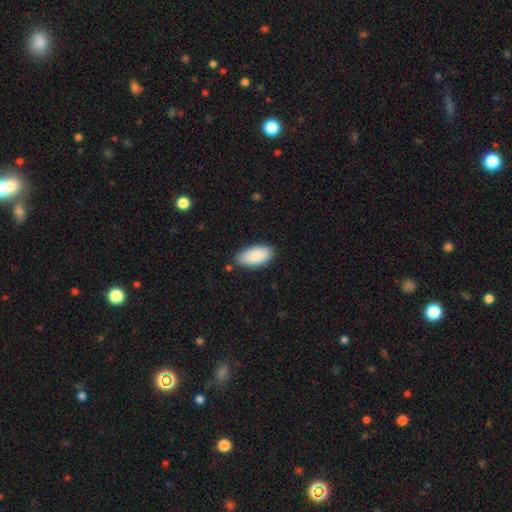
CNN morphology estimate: Overall: smooth (88%). How rounded: in between (94%). Merging: none (82%).